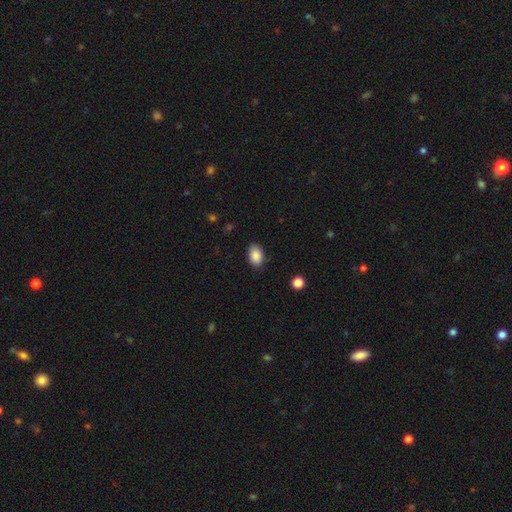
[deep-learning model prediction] smooth 89%, star or artifact 8%, featured or disk 3%. Down the decision tree: how rounded — in between (87%); merging — none (86%).